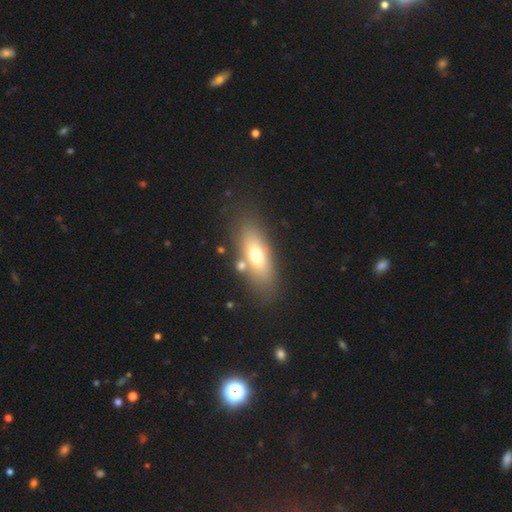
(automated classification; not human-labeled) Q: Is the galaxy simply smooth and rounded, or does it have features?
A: smooth — 63%.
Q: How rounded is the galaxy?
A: in between — 71%.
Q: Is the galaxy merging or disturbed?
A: none — 73%.